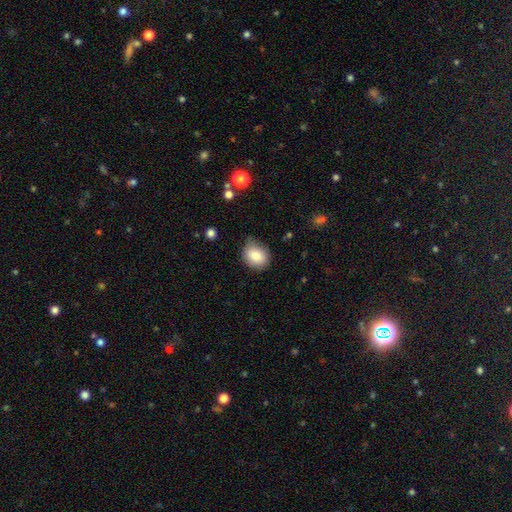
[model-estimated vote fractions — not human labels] Overall: smooth (83%). How rounded: round (57%; in between 42%). Merging: none (68%).